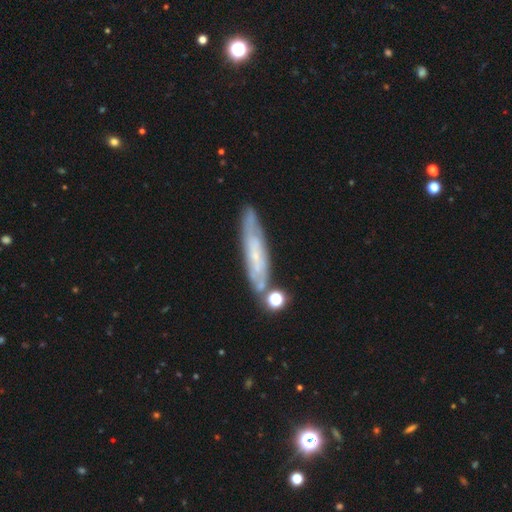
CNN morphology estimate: Overall: featured or disk (59%; smooth 32%). Edge-on disk: no (53%; yes 47%). Merging: none (71%).